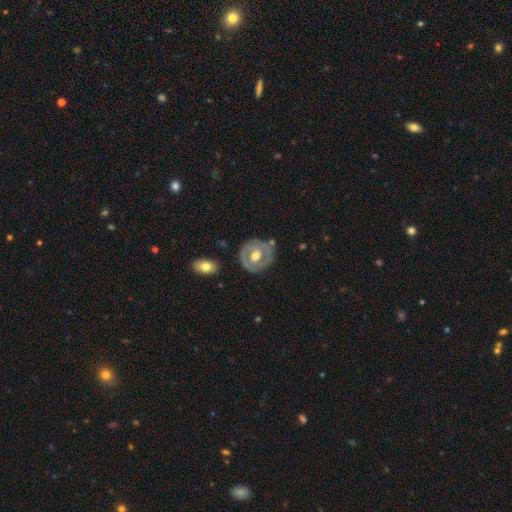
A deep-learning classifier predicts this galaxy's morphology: The model was most divided on "spiral arms": no: 63%, yes: 37%. More confident: edge-on disk — no (95%); merging — none (73%); bulge size — moderate (72%); smooth or featured — featured or disk (63%); bar — no (62%).